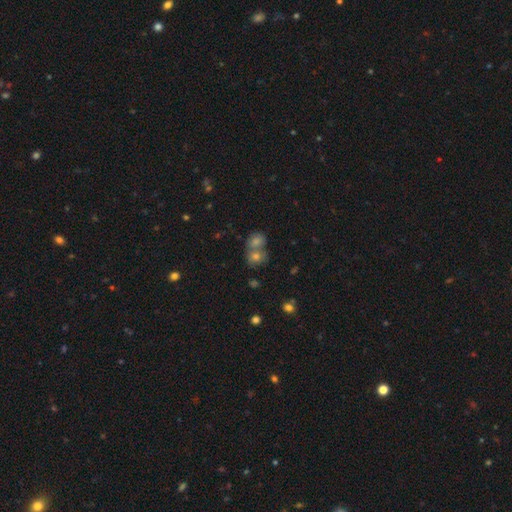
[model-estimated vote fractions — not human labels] Smooth or featured? Predicted: smooth (p=0.60). How rounded? Predicted: round (p=0.70). Merging? Predicted: merger (p=0.49).